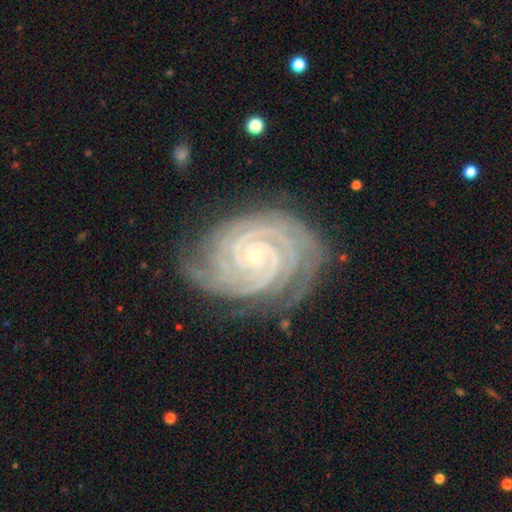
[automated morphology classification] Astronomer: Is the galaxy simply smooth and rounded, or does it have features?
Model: featured or disk — 93%.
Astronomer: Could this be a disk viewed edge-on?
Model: no — 98%.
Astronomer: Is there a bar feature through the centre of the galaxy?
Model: no — 70%.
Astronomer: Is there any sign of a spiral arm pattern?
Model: yes — 99%.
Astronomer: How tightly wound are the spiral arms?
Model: tight — 89%.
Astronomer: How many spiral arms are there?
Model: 4 — 25% (runner-up: 3, 24%).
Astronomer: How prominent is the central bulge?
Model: small — 86%.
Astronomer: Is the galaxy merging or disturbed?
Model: none — 79%.